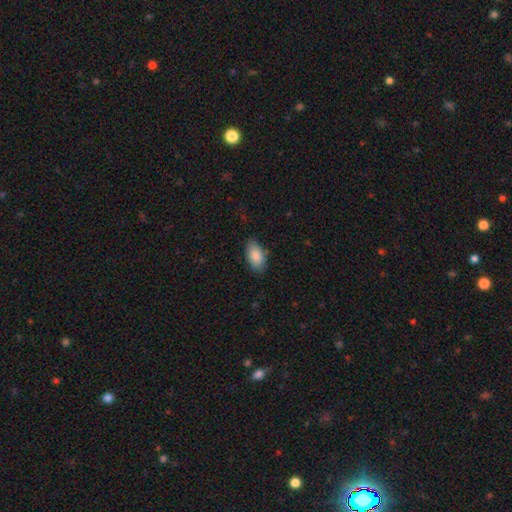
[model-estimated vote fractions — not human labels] Smooth or featured? smooth (87%)
How rounded? in between (94%)
Merging? none (80%)